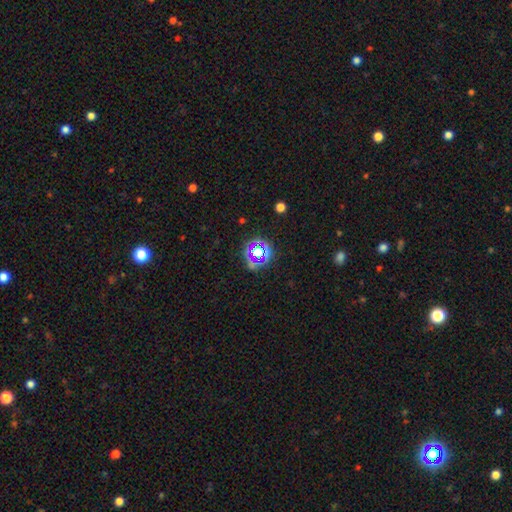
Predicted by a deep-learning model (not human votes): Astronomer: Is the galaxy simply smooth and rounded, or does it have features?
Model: star or artifact — 67%.